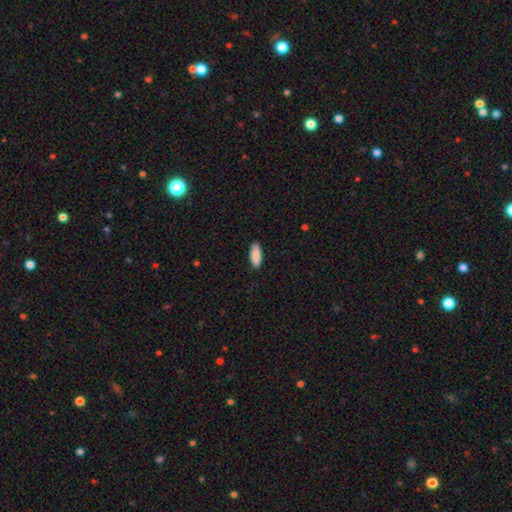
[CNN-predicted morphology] Q: Smooth or featured?
A: smooth (89%); runner-up: star or artifact (6%)
Q: How rounded?
A: in between (75%); runner-up: cigar-shaped (23%)
Q: Merging?
A: none (88%); runner-up: minor disturbance (9%)